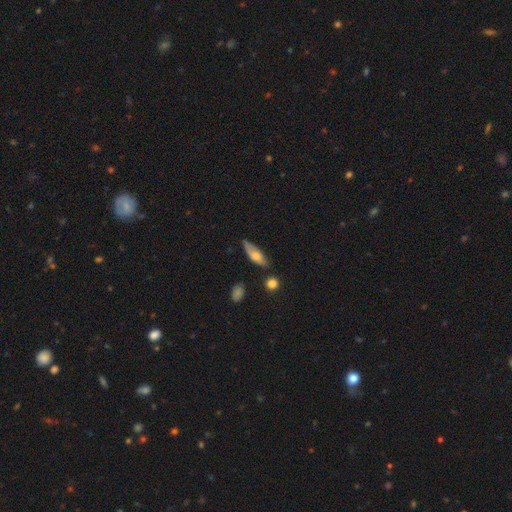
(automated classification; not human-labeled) smooth 62%, featured or disk 31%, star or artifact 7%. Down the decision tree: how rounded — in between (63%); merging — none (56%).